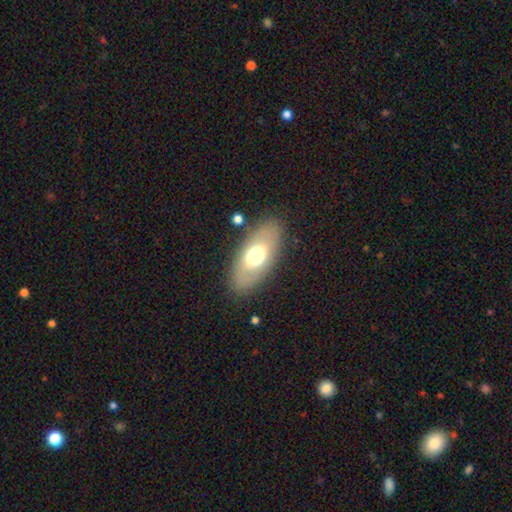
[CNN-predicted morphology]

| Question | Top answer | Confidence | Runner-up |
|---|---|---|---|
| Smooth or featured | smooth | 58% | featured or disk (34%) |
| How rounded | in between | 88% | cigar-shaped (6%) |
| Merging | none | 83% | minor disturbance (10%) |